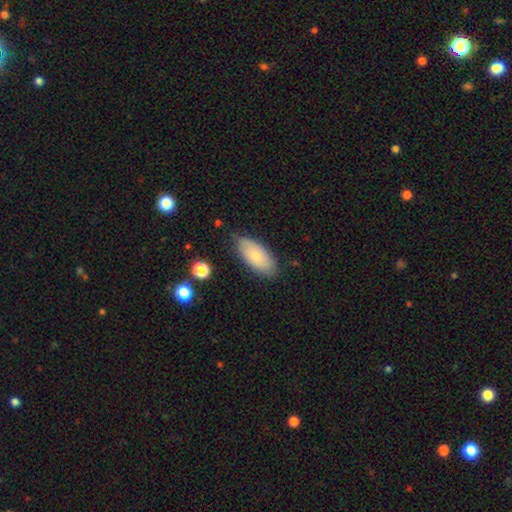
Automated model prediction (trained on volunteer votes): This appears to be a smooth galaxy with no disk features (77%) that is in between round and cigar-shaped (90%). Merging: none (77%).